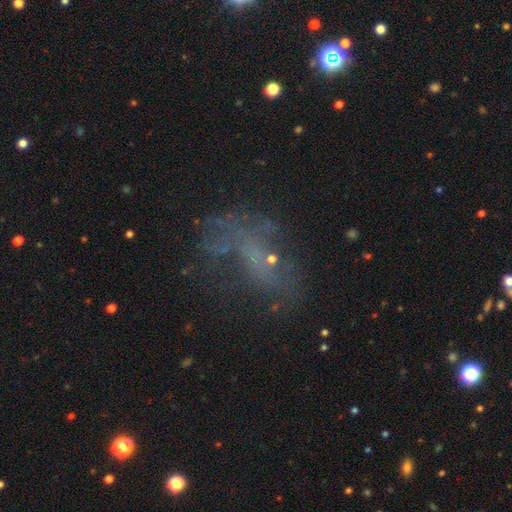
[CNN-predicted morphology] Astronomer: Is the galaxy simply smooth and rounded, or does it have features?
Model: featured or disk — 46% (runner-up: smooth, 27%).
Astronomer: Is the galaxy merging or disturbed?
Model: none — 38% (runner-up: major disturbance, 37%).